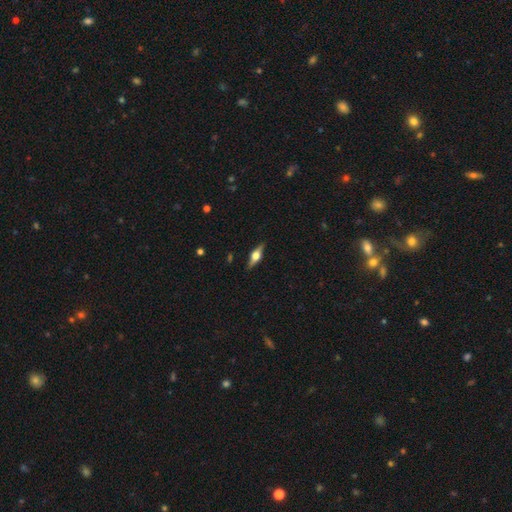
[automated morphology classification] Smooth or featured? featured or disk (66%)
Edge-on disk? yes (95%)
Edge-on bulge? rounded (93%)
Merging? none (88%)